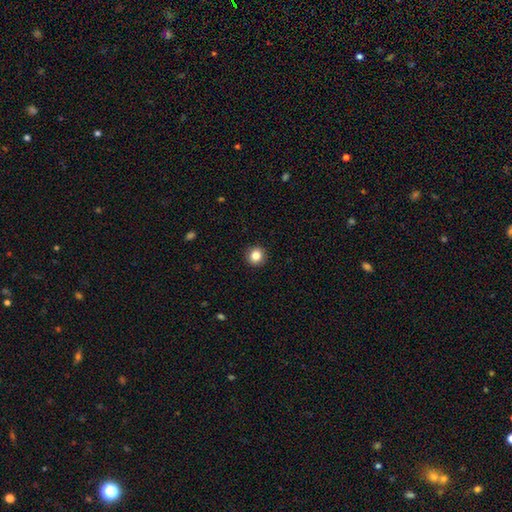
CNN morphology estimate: This is clearly a smooth galaxy (84%). How rounded: clearly round (94%). Merging: clearly none (93%).